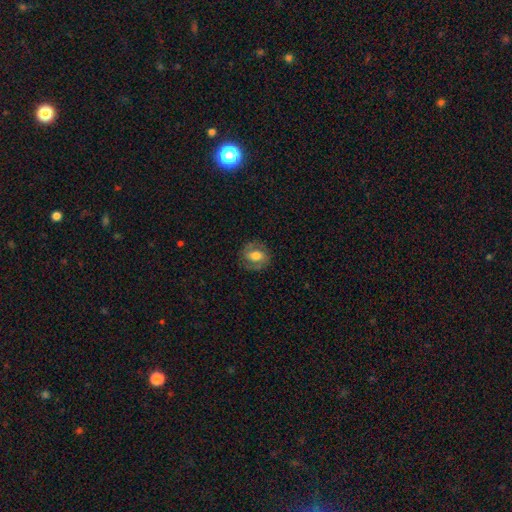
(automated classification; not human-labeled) Morphology: type=featured or disk (53%); edge-on=no (96%); bar=weak (41%); spiral arms=yes (77%); bulge=moderate (59%); merging=none (79%).